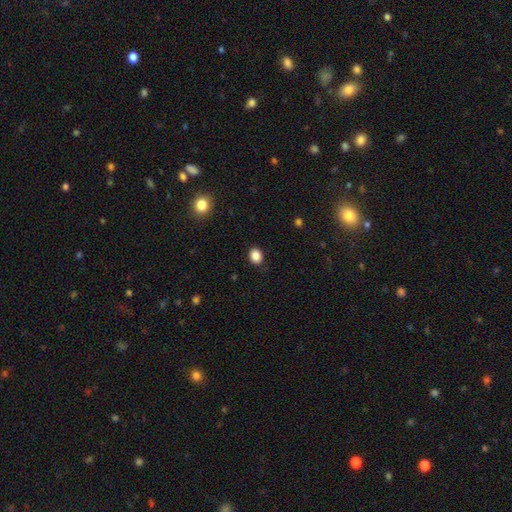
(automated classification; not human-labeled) Smooth or featured: smooth — 87% (star or artifact — 10%)
How rounded: round — 55% (in between — 44%)
Merging: none — 88% (minor disturbance — 8%)